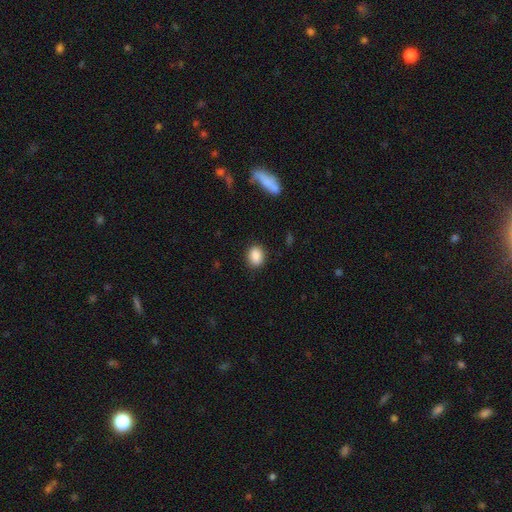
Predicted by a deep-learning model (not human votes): A smooth galaxy with no disk features (88%) that is in between round and cigar-shaped (57%).

Vote fractions:
- Smooth or featured? smooth: 88% / star or artifact: 8% / featured or disk: 4%
- How rounded? in between: 57% / round: 42% / cigar-shaped: 1%
- Merging? none: 86% / minor disturbance: 10% / major disturbance: 3% / merger: 1%